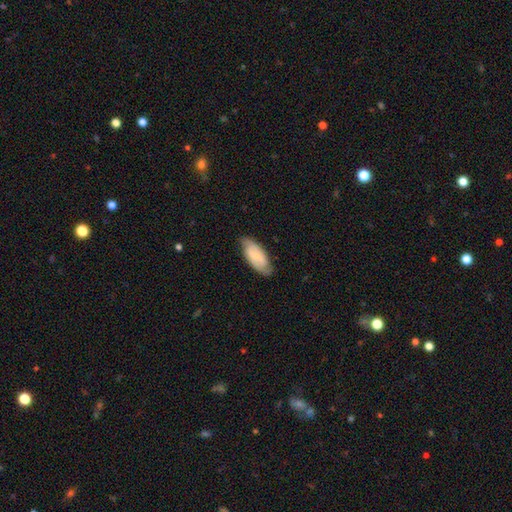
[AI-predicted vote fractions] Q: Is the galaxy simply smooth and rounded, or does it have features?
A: smooth — 57%.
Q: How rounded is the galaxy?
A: in between — 85%.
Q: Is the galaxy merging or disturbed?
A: none — 77%.